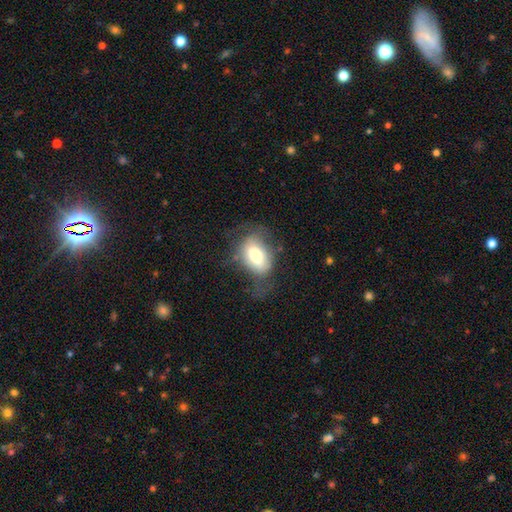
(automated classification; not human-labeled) Overall: smooth (66%; featured or disk 26%). How rounded: in between (86%). Merging: none (41%; minor disturbance 28%).